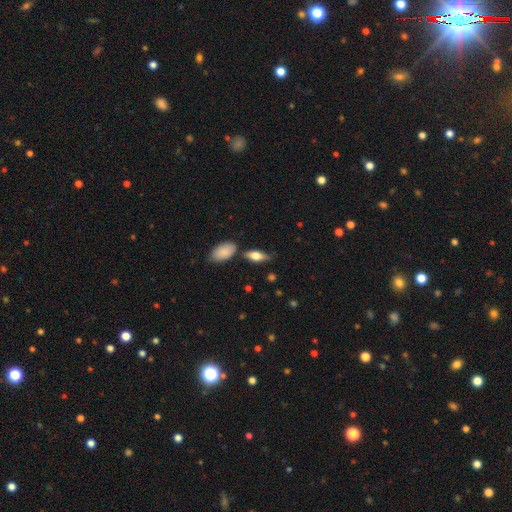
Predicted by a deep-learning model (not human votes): smooth-or-featured: smooth: 64% | featured or disk: 29% | star or artifact: 7%
  how-rounded: in between: 72% | cigar-shaped: 24% | round: 4%
  merging: none: 69% | minor disturbance: 19% | merger: 8% | major disturbance: 5%